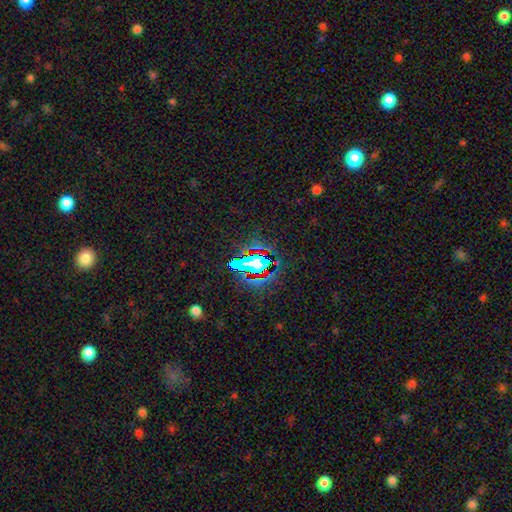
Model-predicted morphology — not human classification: This appears to be a star or artifact, not a galaxy (66%).